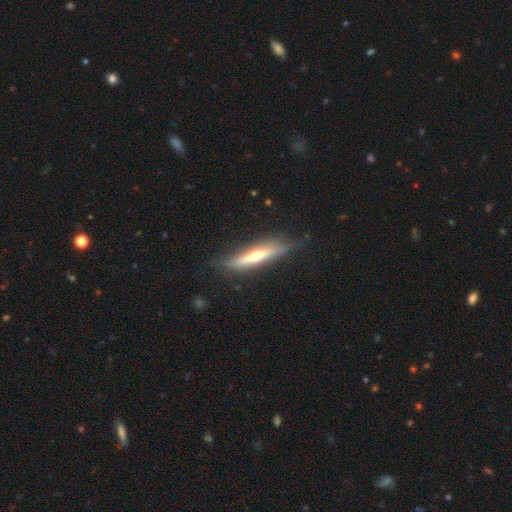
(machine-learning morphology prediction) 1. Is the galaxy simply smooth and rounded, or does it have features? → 56% featured or disk, 39% smooth, 6% star or artifact.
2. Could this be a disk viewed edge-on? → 88% yes, 12% no.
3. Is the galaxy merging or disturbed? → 76% none, 18% minor disturbance, 5% major disturbance, 1% merger.